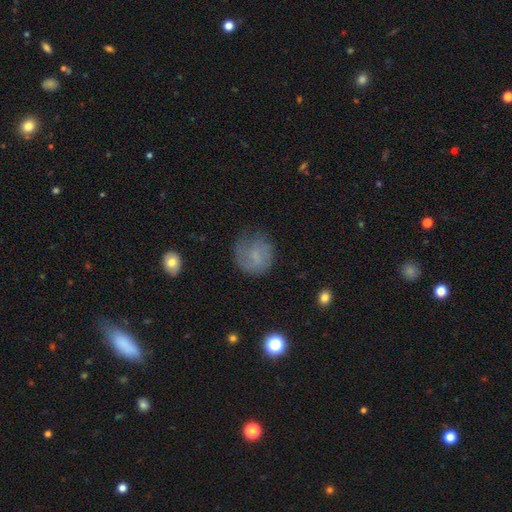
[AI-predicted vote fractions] The model was most divided on "smooth or featured": smooth: 61%, featured or disk: 28%, star or artifact: 11%. More confident: how rounded — round (85%); merging — none (60%).